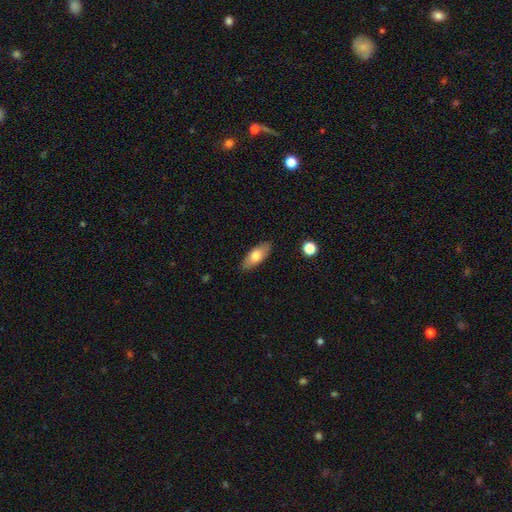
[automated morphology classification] Smooth or featured? smooth (72%)
How rounded? in between (82%)
Merging? none (86%)